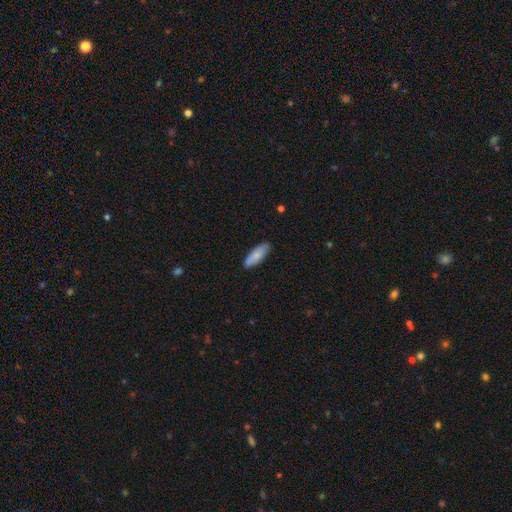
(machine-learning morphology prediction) The model was most divided on "how rounded": in between: 58%, cigar-shaped: 40%, round: 2%. More confident: merging — none (86%); smooth or featured — smooth (79%).